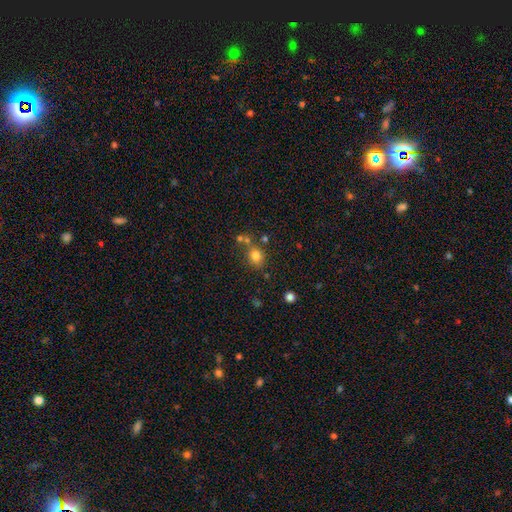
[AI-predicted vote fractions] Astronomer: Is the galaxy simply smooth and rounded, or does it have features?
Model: smooth — 78%.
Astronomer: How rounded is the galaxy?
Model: round — 78%.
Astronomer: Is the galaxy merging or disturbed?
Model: none — 68%.